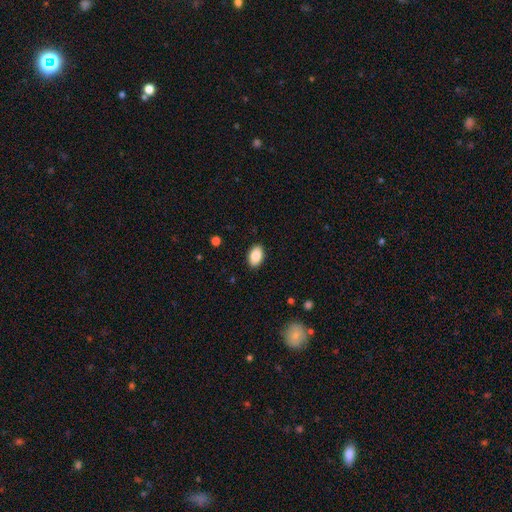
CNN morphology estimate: Smooth or featured? smooth (87%)
How rounded? in between (90%)
Merging? none (89%)